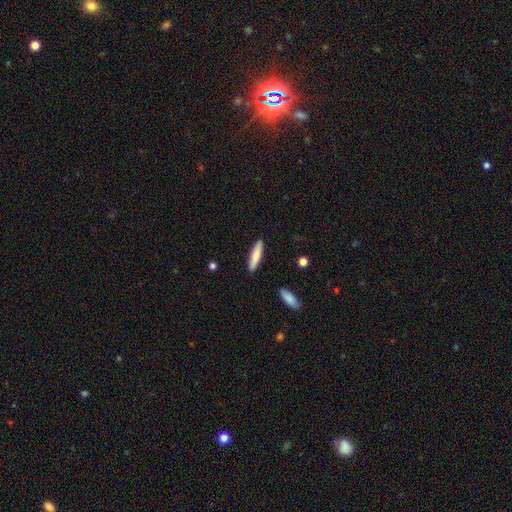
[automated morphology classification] A smooth galaxy with no disk features (81%) that is cigar-shaped (82%).

Vote fractions:
- Smooth or featured? smooth: 81% / featured or disk: 13% / star or artifact: 5%
- How rounded? cigar-shaped: 82% / in between: 17% / round: 1%
- Merging? none: 90% / minor disturbance: 7% / merger: 2% / major disturbance: 2%